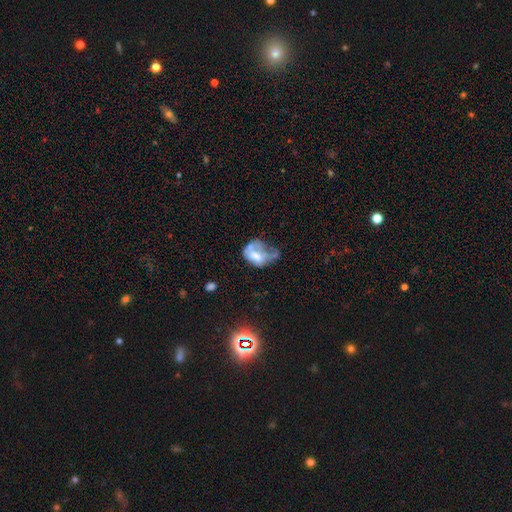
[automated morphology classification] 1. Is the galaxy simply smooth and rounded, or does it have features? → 45% featured or disk, 44% smooth, 12% star or artifact.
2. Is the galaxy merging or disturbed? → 41% major disturbance, 22% merger, 20% minor disturbance, 17% none.